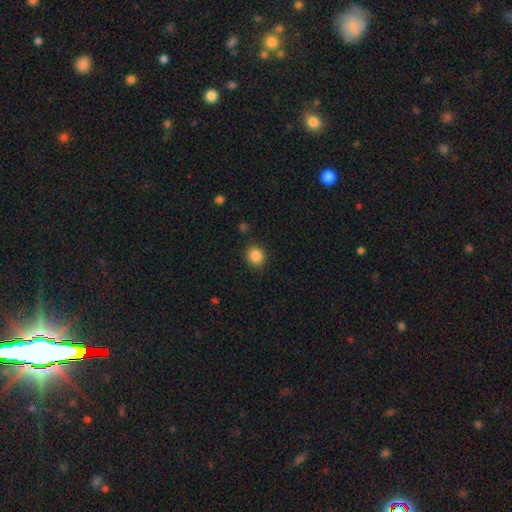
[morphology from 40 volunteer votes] A smooth galaxy with no disk features (90%) that is round (83%). Merging: none (78%).